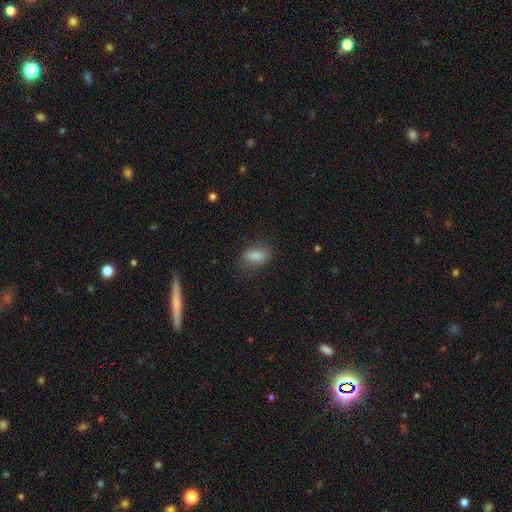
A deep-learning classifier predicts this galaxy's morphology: A smooth galaxy with no disk features (76%) that is in between round and cigar-shaped (79%).

Vote fractions:
- Smooth or featured? smooth: 76% / featured or disk: 14% / star or artifact: 10%
- How rounded? in between: 79% / cigar-shaped: 12% / round: 9%
- Merging? none: 75% / minor disturbance: 17% / major disturbance: 6% / merger: 2%